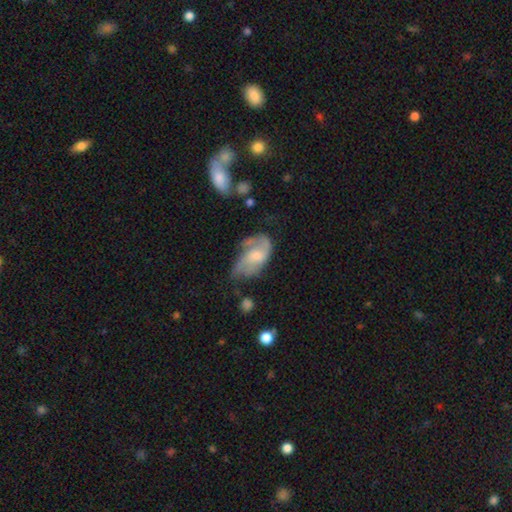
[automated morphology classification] A featured or disk galaxy (57%) with no bar (63%), spiral arms (74%) and a moderate central bulge (46%).

Vote fractions:
- Smooth or featured? featured or disk: 57% / smooth: 36% / star or artifact: 7%
- Edge-on disk? no: 96% / yes: 4%
- Bar? no: 63% / weak: 32% / strong: 5%
- Spiral arms? yes: 74% / no: 26%
- Bulge size? moderate: 46% / small: 39% / none: 8% / large: 5% / dominant: 1%
- Merging? minor disturbance: 33% / none: 31% / major disturbance: 31% / merger: 5%